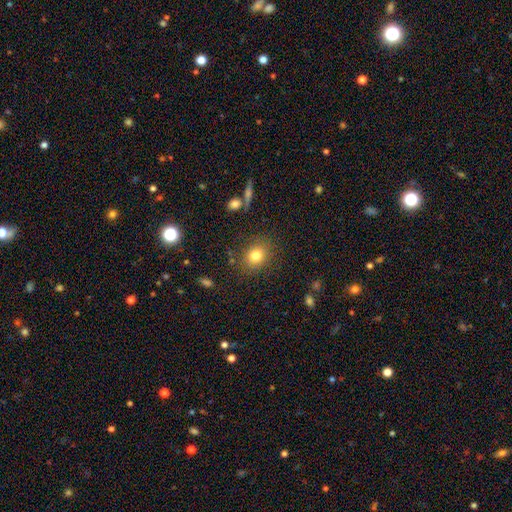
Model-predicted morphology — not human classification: Smooth or featured: smooth — 78% (star or artifact — 12%)
How rounded: round — 58% (in between — 41%)
Merging: none — 82% (minor disturbance — 11%)